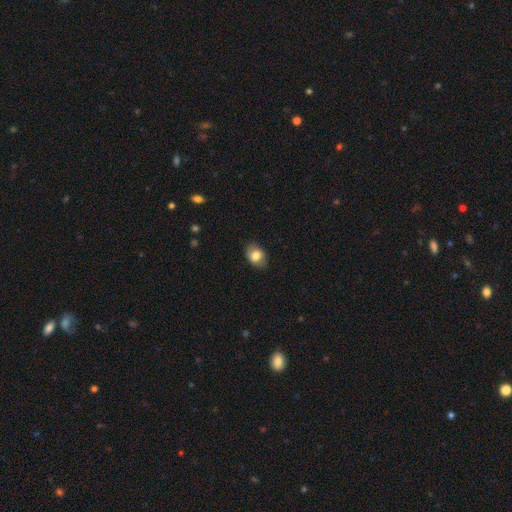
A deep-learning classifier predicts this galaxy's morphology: A smooth galaxy with no disk features (73%) that is in between round and cigar-shaped (75%). Merging: none (80%).